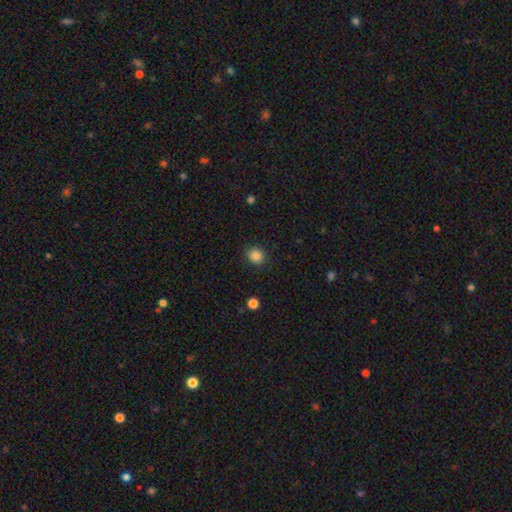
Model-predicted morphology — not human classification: A smooth galaxy with no disk features (86%) that is round (76%).

Vote fractions:
- Smooth or featured? smooth: 86% / star or artifact: 10% / featured or disk: 4%
- How rounded? round: 76% / in between: 23% / cigar-shaped: 1%
- Merging? none: 87% / minor disturbance: 9% / major disturbance: 3% / merger: 1%